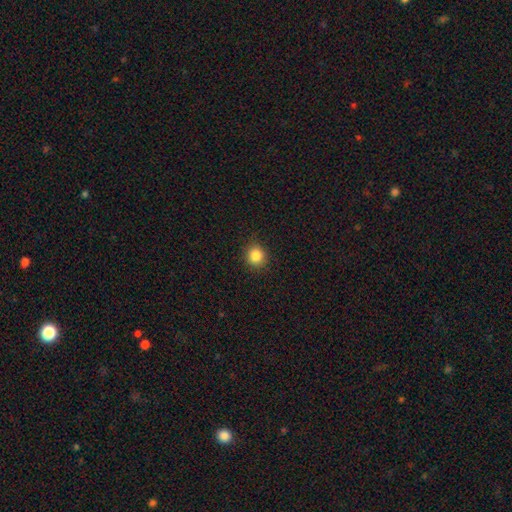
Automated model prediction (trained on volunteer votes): Smooth or featured? smooth (85%)
How rounded? round (87%)
Merging? none (89%)